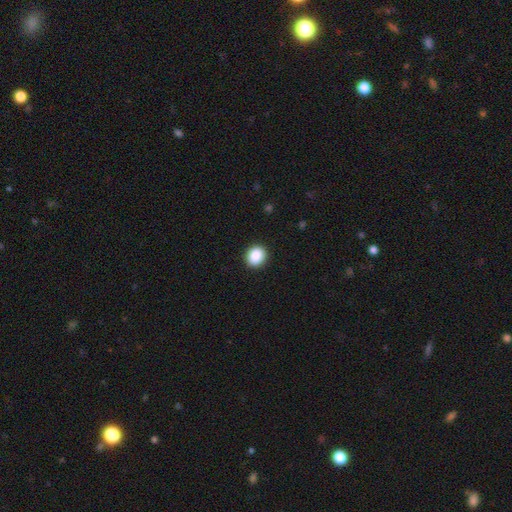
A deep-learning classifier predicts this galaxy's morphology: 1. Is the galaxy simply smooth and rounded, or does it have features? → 89% smooth, 8% star or artifact, 3% featured or disk.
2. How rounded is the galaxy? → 74% round, 25% in between, 1% cigar-shaped.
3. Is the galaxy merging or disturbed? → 91% none, 6% minor disturbance, 2% major disturbance, 1% merger.